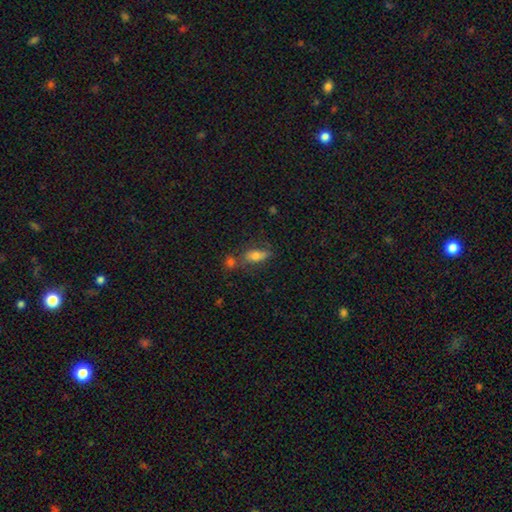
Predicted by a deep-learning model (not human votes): Smooth or featured?
  - smooth: 71% *
  - featured or disk: 19%
  - star or artifact: 10%
How rounded?
  - in between: 77% *
  - cigar-shaped: 18%
  - round: 5%
Merging?
  - none: 53% *
  - merger: 22%
  - minor disturbance: 18%
  - major disturbance: 7%